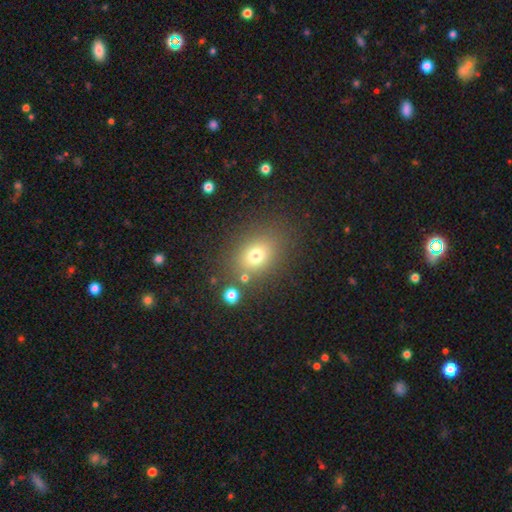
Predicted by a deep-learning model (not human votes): Smooth or featured?
  - smooth: 73% *
  - star or artifact: 16%
  - featured or disk: 11%
How rounded?
  - in between: 53% *
  - round: 46%
  - cigar-shaped: 1%
Merging?
  - none: 77% *
  - minor disturbance: 11%
  - merger: 7%
  - major disturbance: 5%